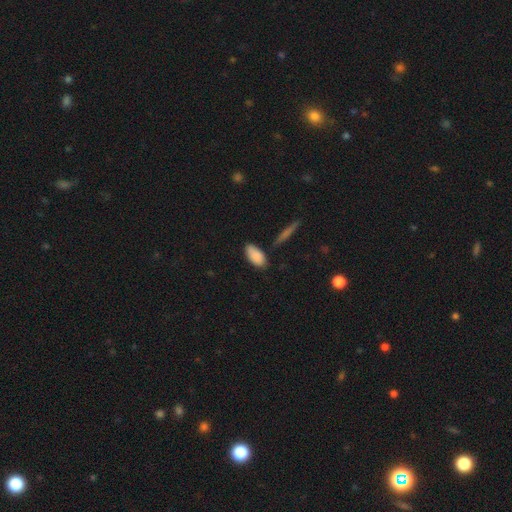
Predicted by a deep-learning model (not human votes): The model was most divided on "merging": none: 76%, minor disturbance: 16%, merger: 5%, major disturbance: 3%. More confident: how rounded — in between (92%); smooth or featured — smooth (87%).